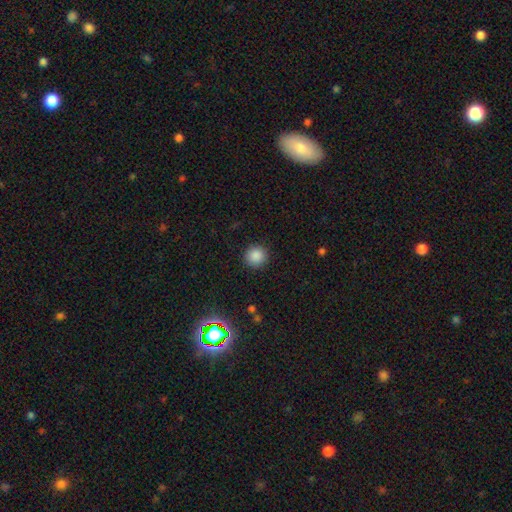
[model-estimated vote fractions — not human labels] Smooth or featured? Predicted: smooth (p=0.86). How rounded? Predicted: round (p=0.94). Merging? Predicted: none (p=0.91).